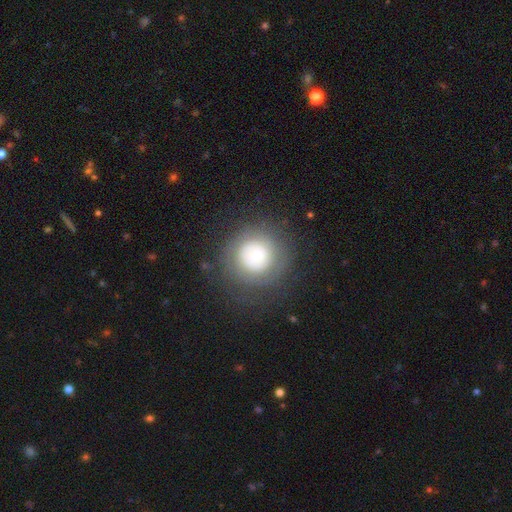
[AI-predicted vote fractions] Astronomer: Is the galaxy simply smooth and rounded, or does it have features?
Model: smooth — 64%.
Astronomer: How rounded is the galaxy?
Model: round — 94%.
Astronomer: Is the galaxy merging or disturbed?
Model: none — 76%.